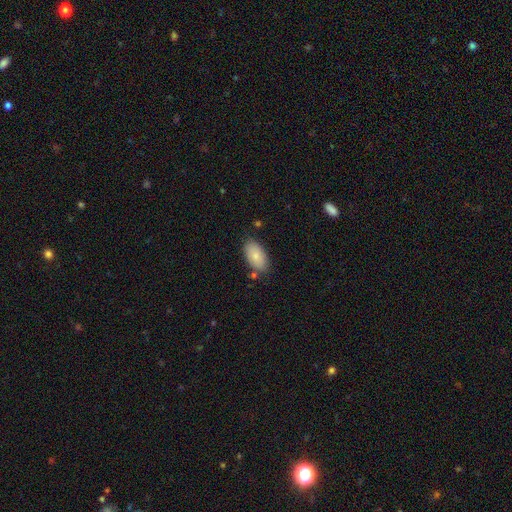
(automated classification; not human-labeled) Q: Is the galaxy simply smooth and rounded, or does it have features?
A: smooth — 82%.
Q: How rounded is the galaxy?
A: in between — 94%.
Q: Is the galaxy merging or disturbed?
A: none — 79%.